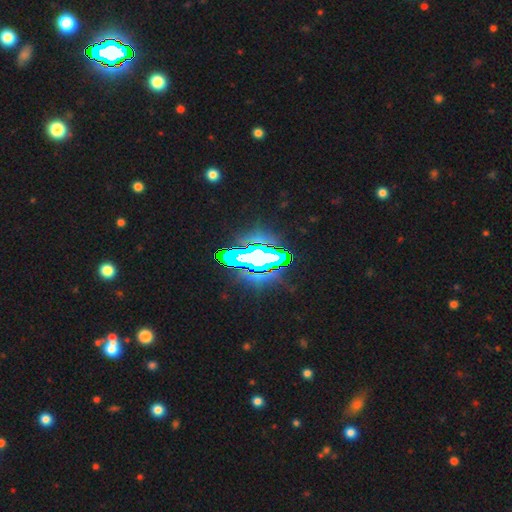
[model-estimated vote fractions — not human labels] Overall: star or artifact (65%).